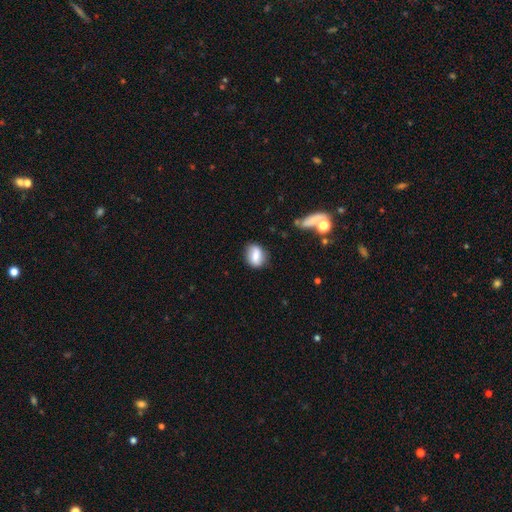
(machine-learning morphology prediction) smooth_or_featured: smooth (p=0.73) [alt: featured or disk p=0.19]
how_rounded: in between (p=0.67) [alt: round p=0.30]
merging: none (p=0.76) [alt: minor disturbance p=0.17]